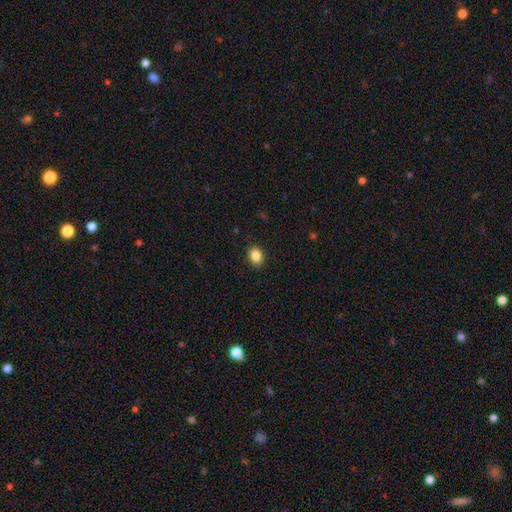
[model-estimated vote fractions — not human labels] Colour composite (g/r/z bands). It shows a smooth galaxy with no disk features (87%) that is in between round and cigar-shaped (70%). Merging: none (89%).